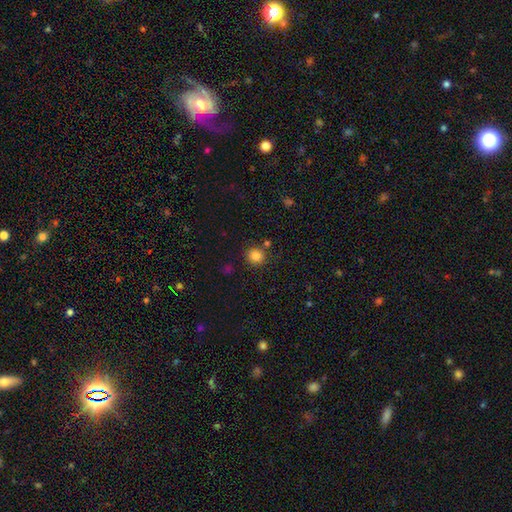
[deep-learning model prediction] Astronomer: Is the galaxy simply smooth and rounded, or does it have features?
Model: smooth — 85%.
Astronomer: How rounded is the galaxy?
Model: round — 89%.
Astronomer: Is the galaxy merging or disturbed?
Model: none — 81%.